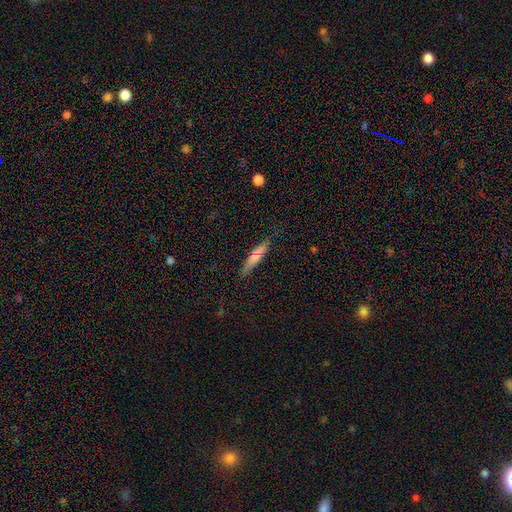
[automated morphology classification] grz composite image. It shows a smooth galaxy with no disk features (71%) that is cigar-shaped (83%). Merging: none (79%).